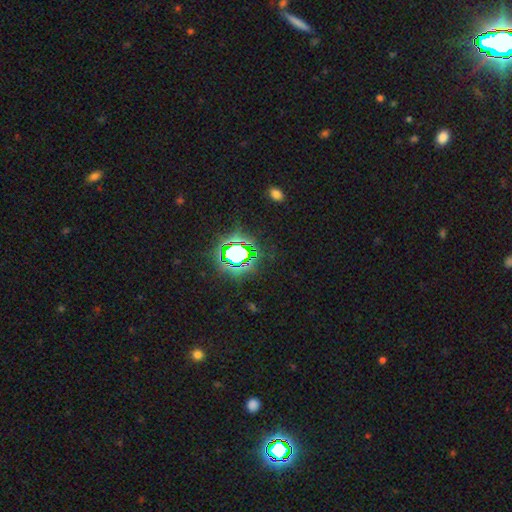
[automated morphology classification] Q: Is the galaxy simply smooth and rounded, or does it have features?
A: star or artifact — 80%.